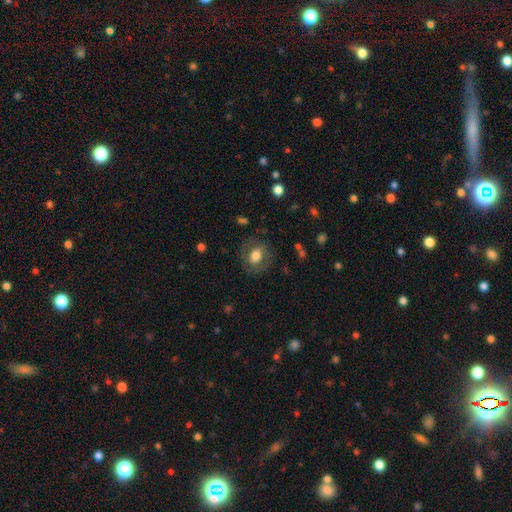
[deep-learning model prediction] This is likely a smooth galaxy (65%). How rounded: possibly round (53%). Merging: likely none (79%).